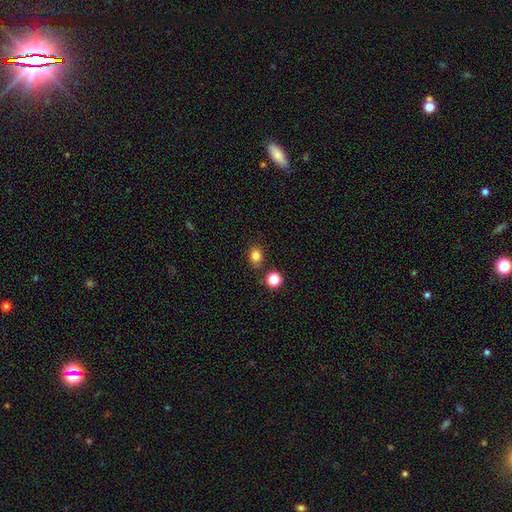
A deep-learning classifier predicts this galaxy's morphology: A smooth galaxy with no disk features (82%) that is round (56%).

Vote fractions:
- Smooth or featured? smooth: 82% / star or artifact: 13% / featured or disk: 5%
- How rounded? round: 56% / in between: 43% / cigar-shaped: 1%
- Merging? none: 80% / minor disturbance: 10% / merger: 7% / major disturbance: 3%